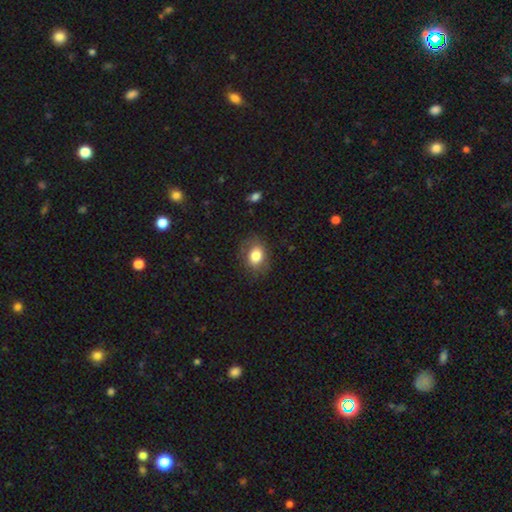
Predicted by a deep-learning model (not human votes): Q: Smooth or featured?
A: smooth (81%); runner-up: featured or disk (11%)
Q: How rounded?
A: in between (61%); runner-up: round (38%)
Q: Merging?
A: none (76%); runner-up: minor disturbance (17%)